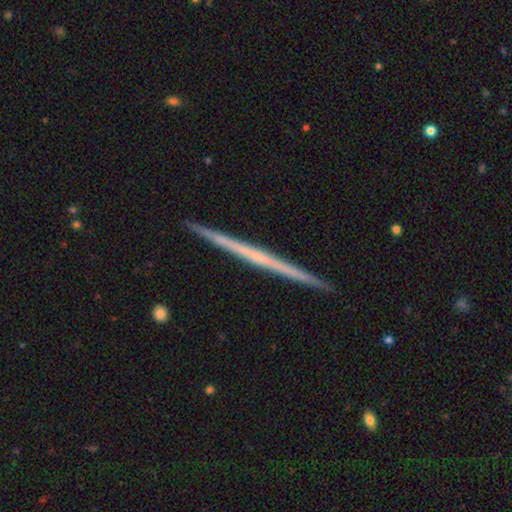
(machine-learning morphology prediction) smooth-or-featured: featured or disk: 66% | smooth: 29% | star or artifact: 5%
  disk-edge-on: yes: 98% | no: 2%
    edge-on-bulge: none: 89% | rounded: 8% | boxy: 3%
  merging: none: 93% | minor disturbance: 5% | major disturbance: 1% | merger: 1%